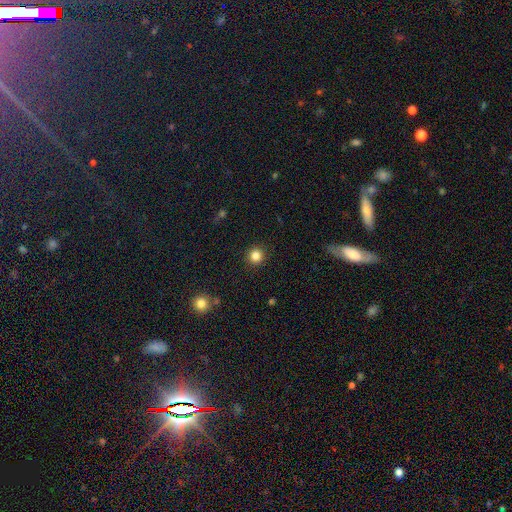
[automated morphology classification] Smooth or featured? Predicted: smooth (p=0.83). How rounded? Predicted: round (p=0.93). Merging? Predicted: none (p=0.92).